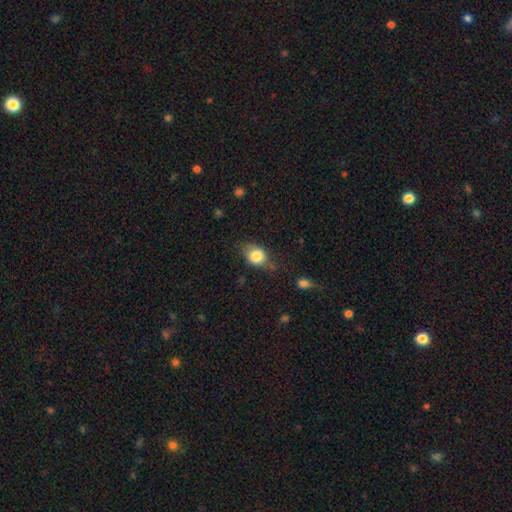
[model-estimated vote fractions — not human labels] smooth_or_featured: smooth (p=0.78) [alt: featured or disk p=0.13]
how_rounded: in between (p=0.56) [alt: round p=0.42]
merging: none (p=0.60) [alt: minor disturbance p=0.28]